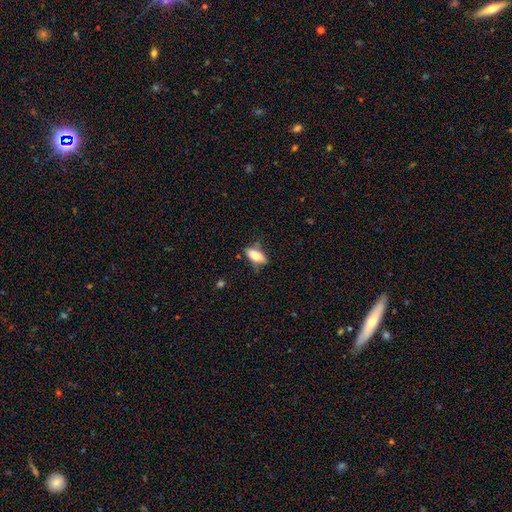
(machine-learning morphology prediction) Q: Smooth or featured?
A: smooth (76%); runner-up: featured or disk (17%)
Q: How rounded?
A: in between (80%); runner-up: cigar-shaped (17%)
Q: Merging?
A: none (70%); runner-up: minor disturbance (22%)